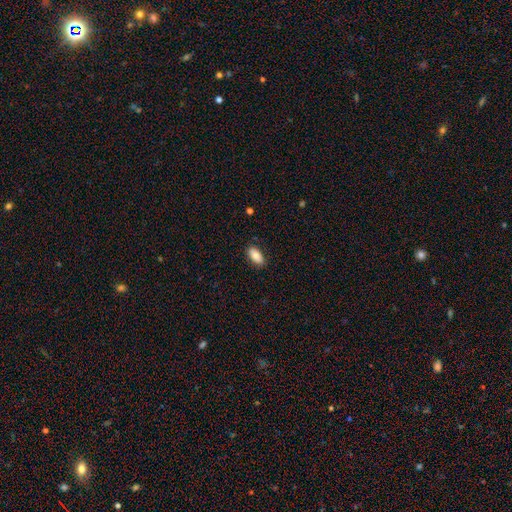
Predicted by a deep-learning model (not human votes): Smooth or featured: smooth — 83% (featured or disk — 10%)
How rounded: in between — 92% (cigar-shaped — 5%)
Merging: none — 86% (minor disturbance — 11%)